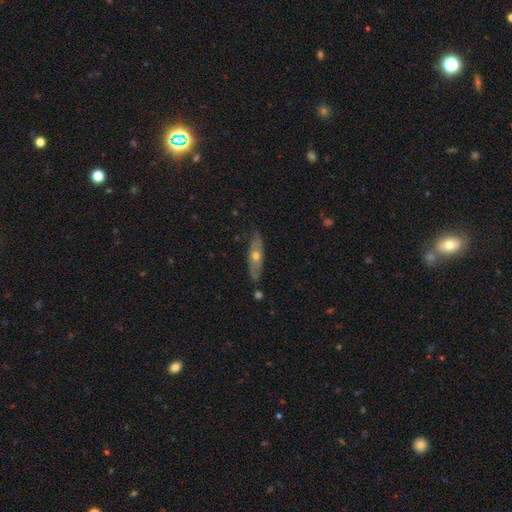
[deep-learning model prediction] Smooth or featured? Predicted: featured or disk (p=0.58). Edge-on disk? Predicted: no (p=0.51). Merging? Predicted: none (p=0.81).